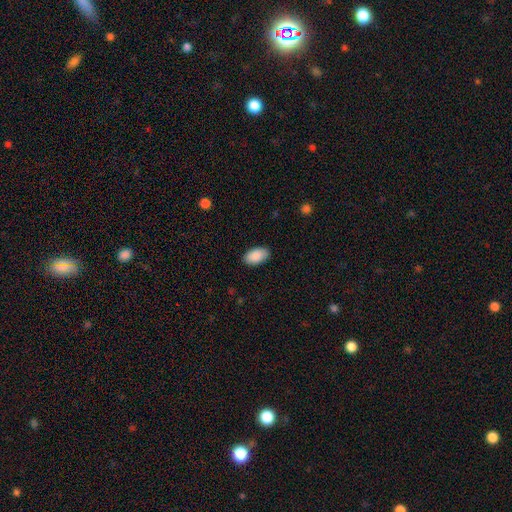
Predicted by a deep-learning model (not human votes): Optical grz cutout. It shows a smooth galaxy with no disk features (90%) that is in between round and cigar-shaped (95%). Merging: none (87%).